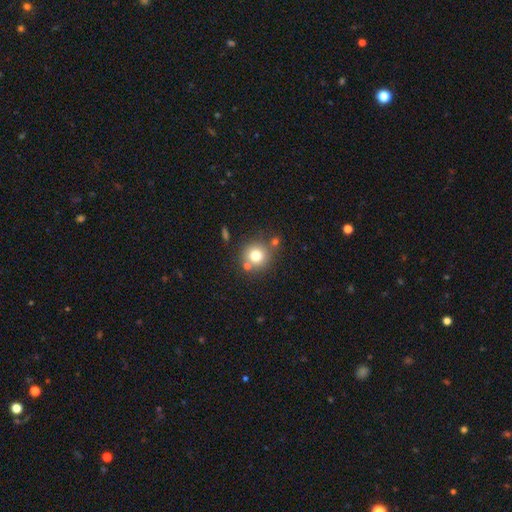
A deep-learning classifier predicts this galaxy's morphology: Smooth or featured: smooth — 76% (star or artifact — 12%)
How rounded: round — 92% (in between — 7%)
Merging: none — 75% (merger — 12%)